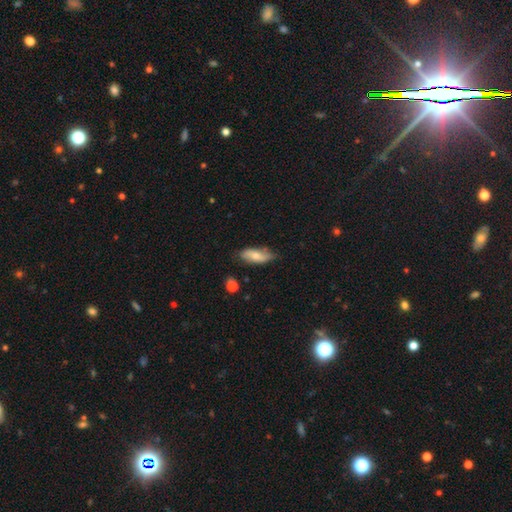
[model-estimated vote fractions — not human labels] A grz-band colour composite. It shows a smooth galaxy with no disk features (66%) that is in between round and cigar-shaped (79%). Merging: none (67%).